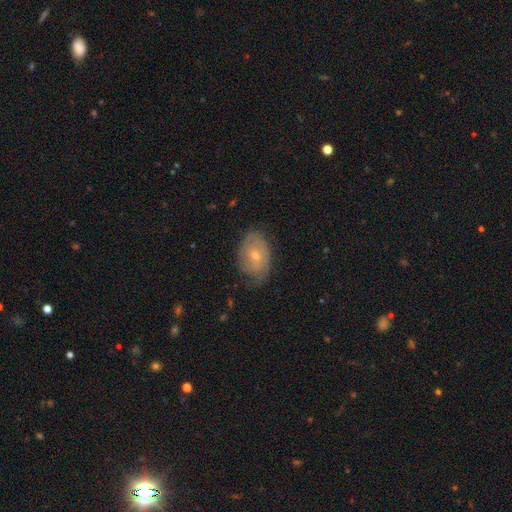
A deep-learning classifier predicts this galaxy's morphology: A featured or disk galaxy (61%) with no bar (71%), spiral arms (81%) and a small central bulge (50%).

Vote fractions:
- Smooth or featured? featured or disk: 61% / smooth: 32% / star or artifact: 7%
- Edge-on disk? no: 95% / yes: 5%
- Bar? no: 71% / weak: 25% / strong: 3%
- Spiral arms? yes: 81% / no: 19%
- Bulge size? small: 50% / moderate: 46% / none: 2% / large: 2% / dominant: 1%
- Merging? none: 61% / minor disturbance: 28% / major disturbance: 9% / merger: 1%